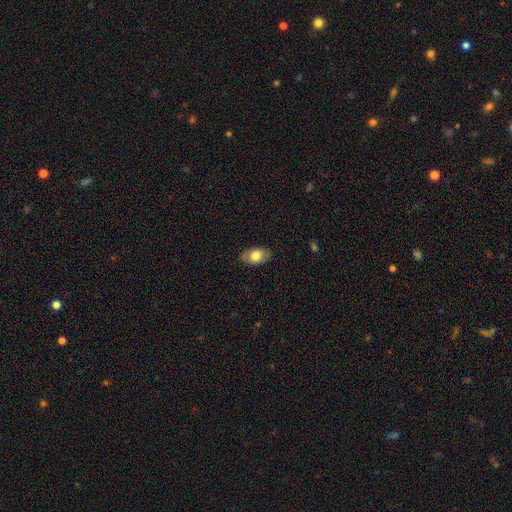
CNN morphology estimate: This is likely a smooth galaxy (76%). How rounded: clearly in between (92%). Merging: clearly none (84%).